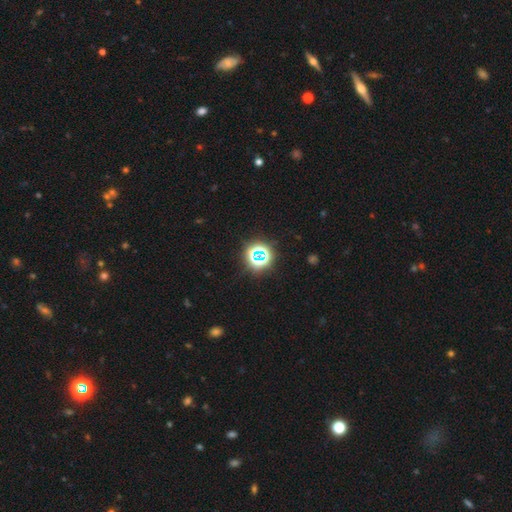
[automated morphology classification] A star or artifact, not a galaxy (70%).